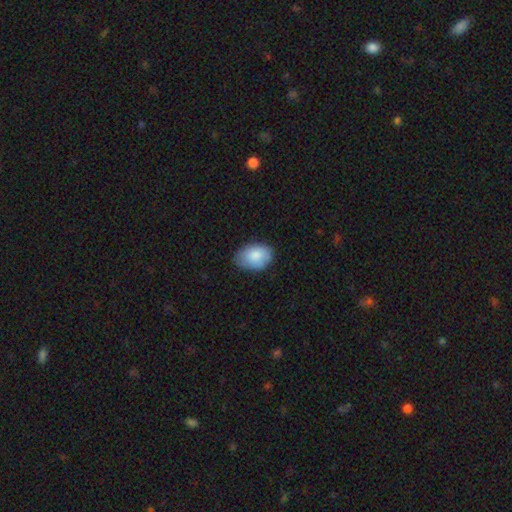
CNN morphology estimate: type=smooth (86%); roundness=in between (87%); merging=none (74%).